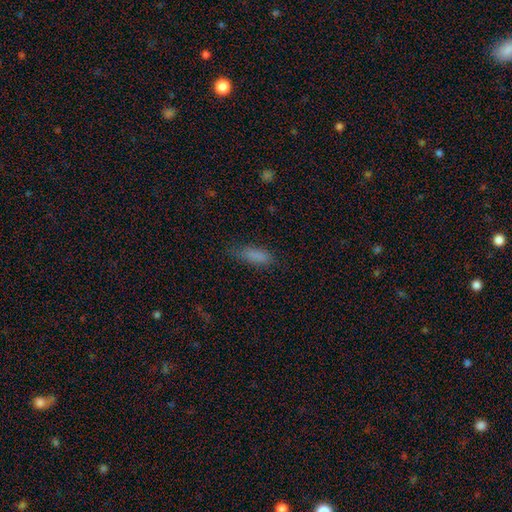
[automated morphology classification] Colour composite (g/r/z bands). It shows a smooth galaxy with no disk features (82%) that is in between round and cigar-shaped (62%). Merging: none (71%).